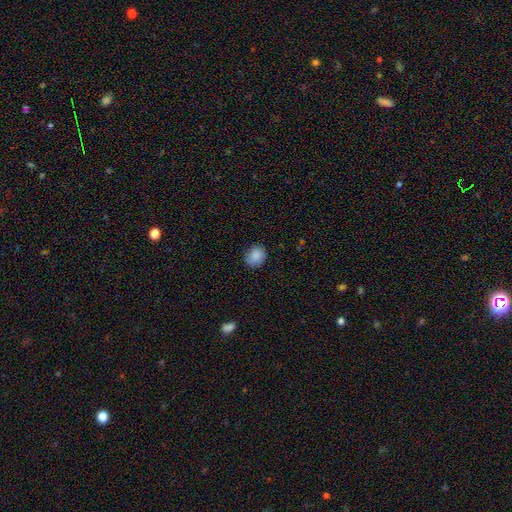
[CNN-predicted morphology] smooth 88%, star or artifact 8%, featured or disk 4%. Down the decision tree: how rounded — round (56%); merging — none (85%).